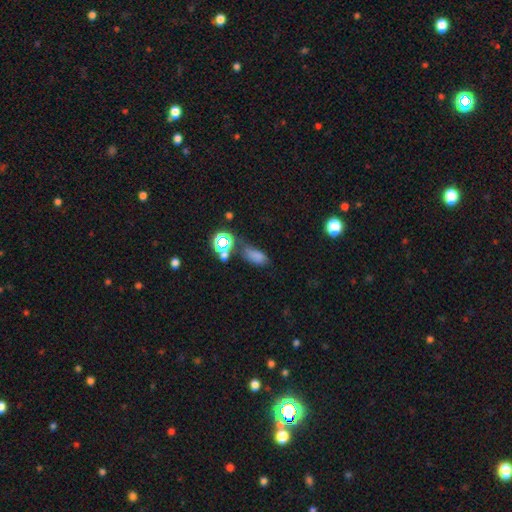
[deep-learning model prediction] smooth_or_featured: smooth (p=0.69) [alt: star or artifact p=0.23]
how_rounded: in between (p=0.83) [alt: round p=0.10]
merging: none (p=0.51) [alt: minor disturbance p=0.23]